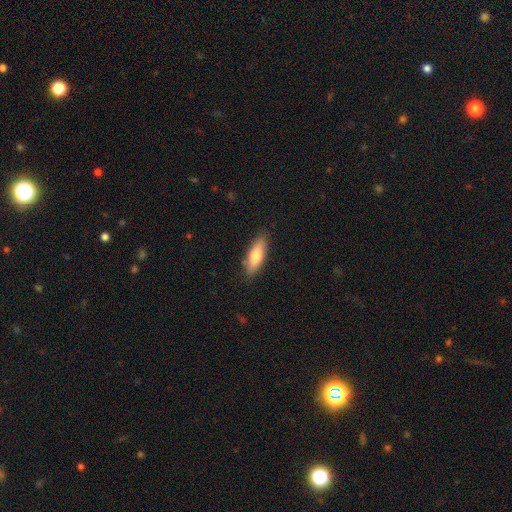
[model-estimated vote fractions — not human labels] Smooth or featured? smooth (74%)
How rounded? in between (55%)
Merging? none (86%)